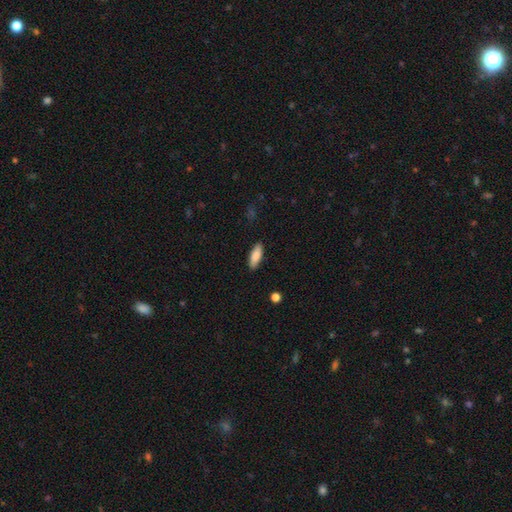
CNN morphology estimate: smooth 85%, featured or disk 9%, star or artifact 6%. Down the decision tree: how rounded — in between (64%); merging — none (87%).